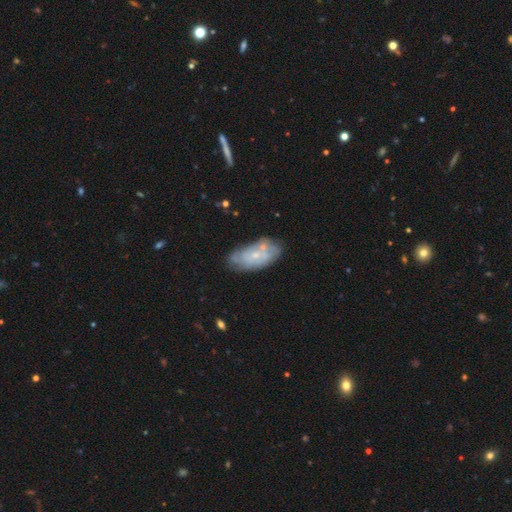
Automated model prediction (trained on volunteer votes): A featured or disk galaxy (61%) with no bar (78%), spiral arms (63%) and a small central bulge (71%). Merging: none (63%).